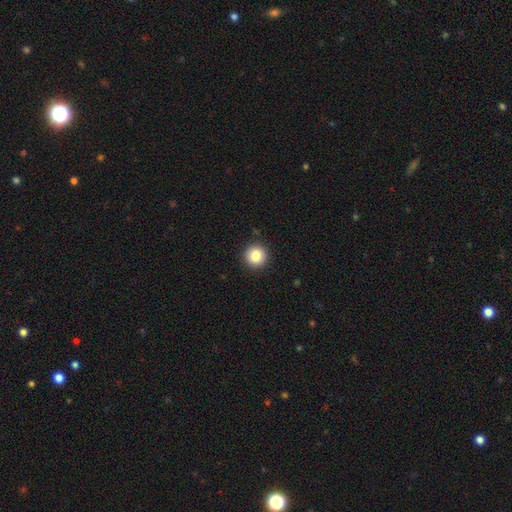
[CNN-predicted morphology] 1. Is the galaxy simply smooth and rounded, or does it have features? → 85% smooth, 9% star or artifact, 6% featured or disk.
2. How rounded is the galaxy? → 95% round, 4% in between, 1% cigar-shaped.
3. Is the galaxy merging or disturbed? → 92% none, 6% minor disturbance, 2% major disturbance, 1% merger.